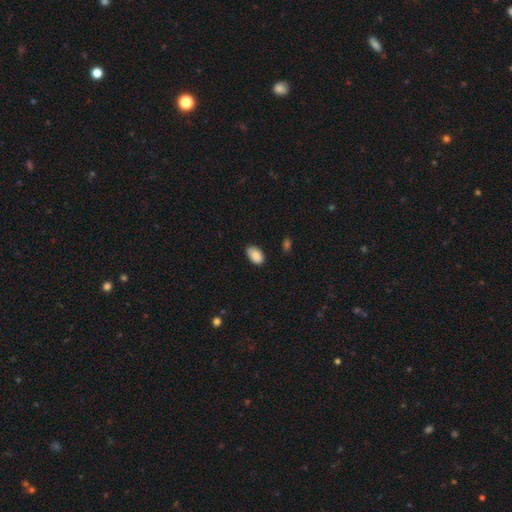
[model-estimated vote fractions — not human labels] A smooth galaxy with no disk features (88%) that is in between round and cigar-shaped (92%). Merging: none (74%).